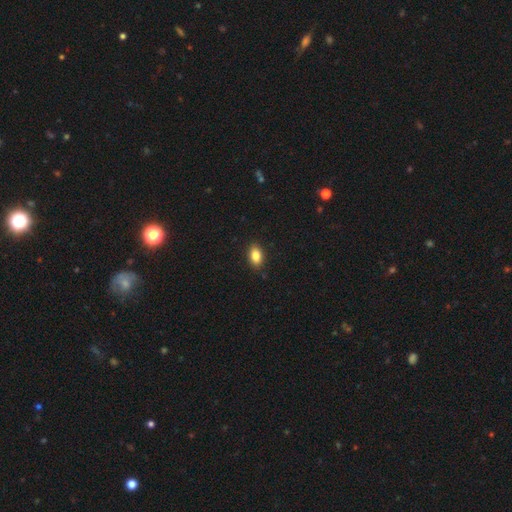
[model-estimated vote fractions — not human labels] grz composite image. It shows a smooth galaxy with no disk features (85%) that is in between round and cigar-shaped (89%). Merging: none (89%).